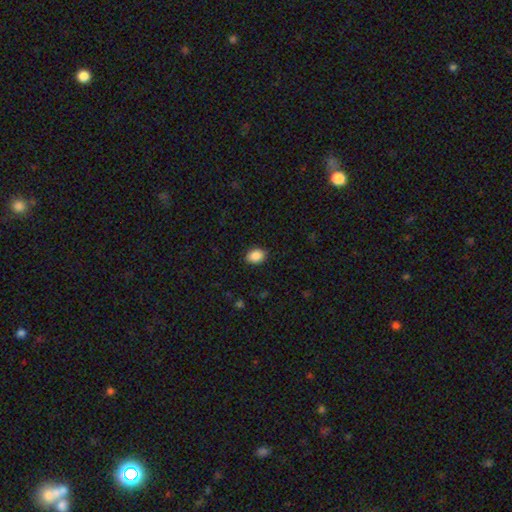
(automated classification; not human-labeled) This is clearly a smooth galaxy (89%). How rounded: likely in between (72%). Merging: clearly none (88%).